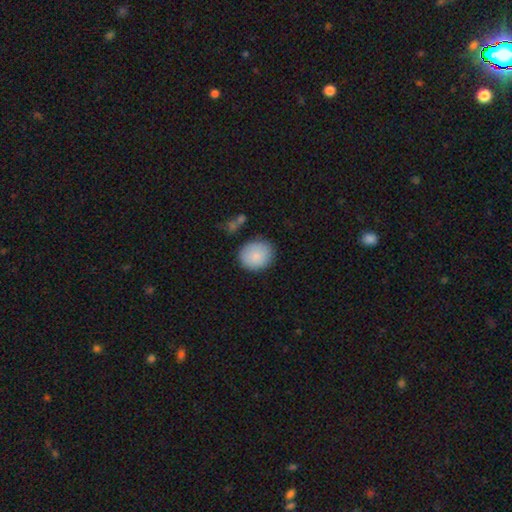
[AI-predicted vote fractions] This is clearly a smooth galaxy (87%). How rounded: likely round (77%). Merging: clearly none (80%).